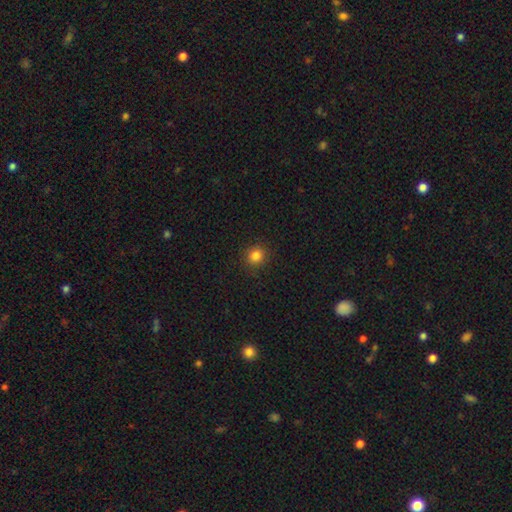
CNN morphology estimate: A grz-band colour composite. It shows a smooth galaxy with no disk features (82%) that is round (90%). Merging: none (90%).